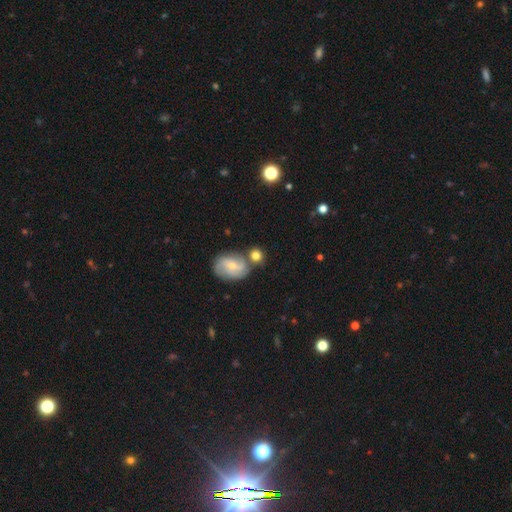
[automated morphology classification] Smooth or featured?
  - smooth: 66% *
  - featured or disk: 25%
  - star or artifact: 9%
How rounded?
  - round: 75% *
  - in between: 23%
  - cigar-shaped: 2%
Merging?
  - none: 60% *
  - merger: 23%
  - minor disturbance: 12%
  - major disturbance: 4%